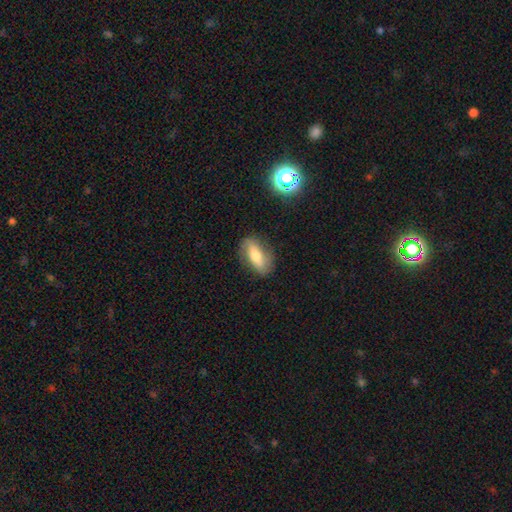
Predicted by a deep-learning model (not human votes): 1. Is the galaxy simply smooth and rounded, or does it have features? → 51% smooth, 40% featured or disk, 8% star or artifact.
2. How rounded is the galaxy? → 77% in between, 17% cigar-shaped, 6% round.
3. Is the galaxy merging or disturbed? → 80% none, 14% minor disturbance, 4% major disturbance, 2% merger.